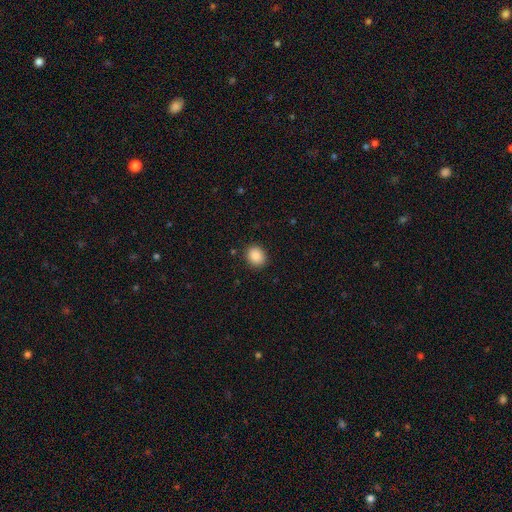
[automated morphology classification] This appears to be a smooth galaxy with no disk features (88%) that is round (76%). Merging: none (89%).